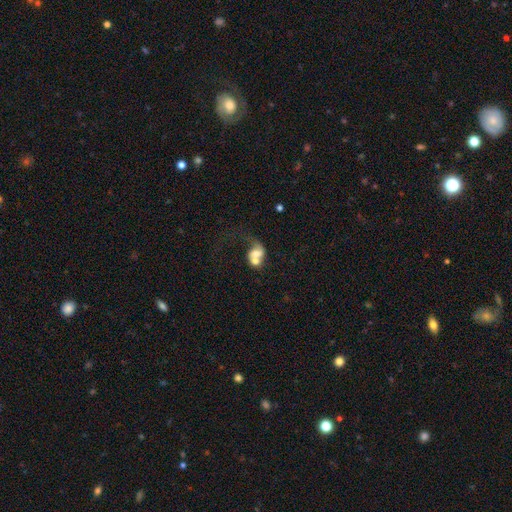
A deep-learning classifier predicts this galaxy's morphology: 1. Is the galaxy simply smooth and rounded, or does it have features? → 48% smooth, 43% featured or disk, 10% star or artifact.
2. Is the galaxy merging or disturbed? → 62% merger, 17% major disturbance, 13% none, 8% minor disturbance.